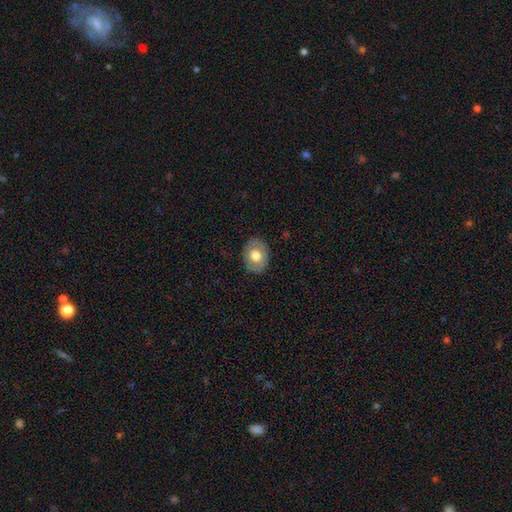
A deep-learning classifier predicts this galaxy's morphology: type=smooth (65%); roundness=in between (63%); merging=none (84%).